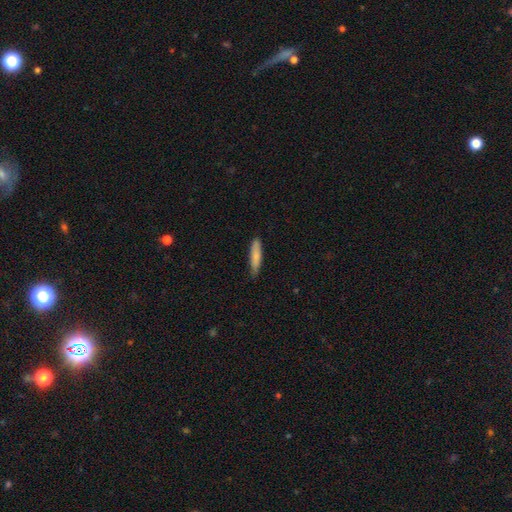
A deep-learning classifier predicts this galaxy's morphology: Q: Smooth or featured?
A: smooth (81%); runner-up: featured or disk (13%)
Q: How rounded?
A: cigar-shaped (80%); runner-up: in between (19%)
Q: Merging?
A: none (82%); runner-up: minor disturbance (15%)